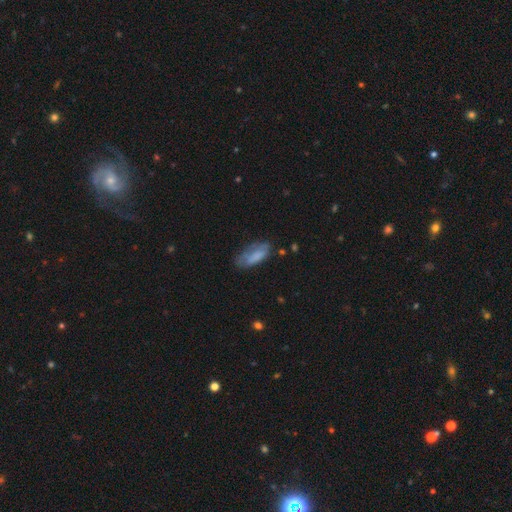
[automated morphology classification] Q: Smooth or featured?
A: smooth (71%); runner-up: featured or disk (21%)
Q: How rounded?
A: in between (79%); runner-up: cigar-shaped (19%)
Q: Merging?
A: none (48%); runner-up: minor disturbance (32%)